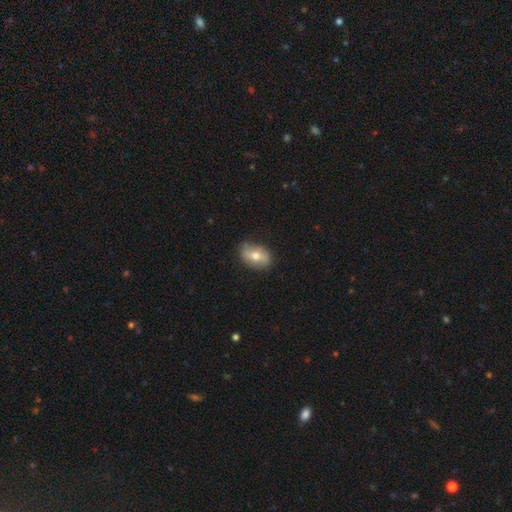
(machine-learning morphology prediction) A smooth galaxy with no disk features (60%) that is in between round and cigar-shaped (79%).

Vote fractions:
- Smooth or featured? smooth: 60% / featured or disk: 32% / star or artifact: 8%
- How rounded? in between: 79% / round: 19% / cigar-shaped: 2%
- Merging? none: 79% / minor disturbance: 17% / major disturbance: 3% / merger: 1%